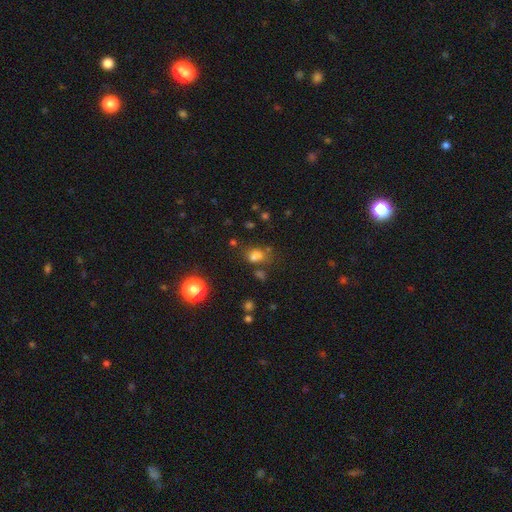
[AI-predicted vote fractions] Smooth or featured? Predicted: smooth (p=0.68). How rounded? Predicted: in between (p=0.57). Merging? Predicted: none (p=0.52).